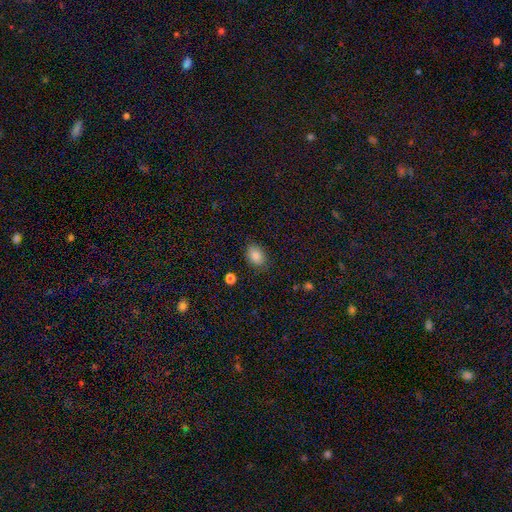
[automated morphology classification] Smooth or featured?
  - smooth: 86% *
  - star or artifact: 9%
  - featured or disk: 5%
How rounded?
  - in between: 78% *
  - round: 21%
  - cigar-shaped: 1%
Merging?
  - none: 78% *
  - minor disturbance: 17%
  - major disturbance: 4%
  - merger: 1%